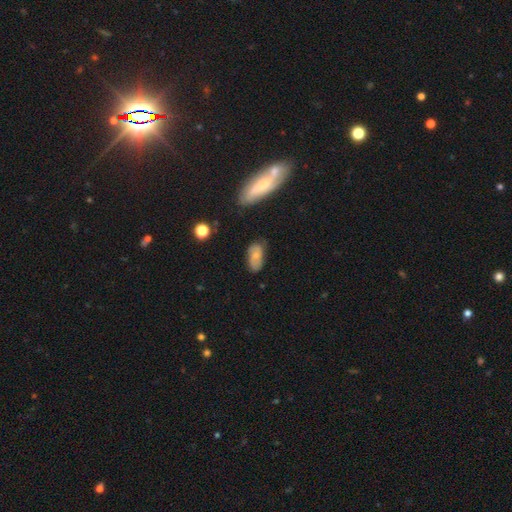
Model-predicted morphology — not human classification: Smooth or featured?
  - smooth: 55% *
  - featured or disk: 35%
  - star or artifact: 9%
How rounded?
  - in between: 90% *
  - round: 5%
  - cigar-shaped: 4%
Merging?
  - none: 61% *
  - minor disturbance: 29%
  - major disturbance: 7%
  - merger: 3%